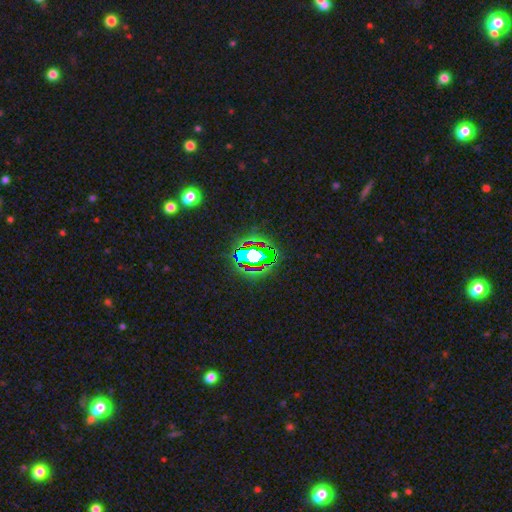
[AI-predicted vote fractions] Overall: star or artifact (53%; smooth 28%).